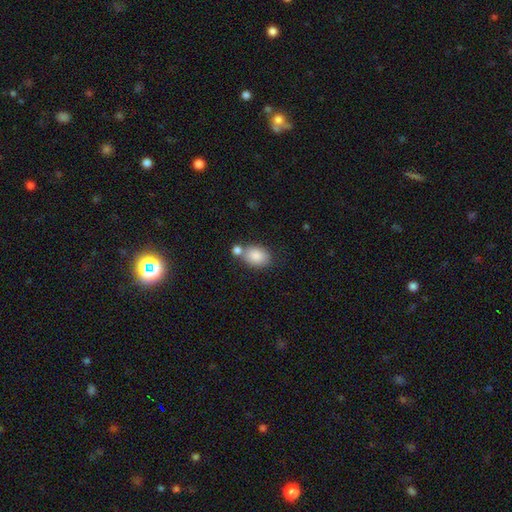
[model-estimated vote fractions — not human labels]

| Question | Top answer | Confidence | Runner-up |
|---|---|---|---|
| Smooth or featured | smooth | 86% | star or artifact (8%) |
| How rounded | in between | 76% | round (22%) |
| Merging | none | 55% | merger (28%) |